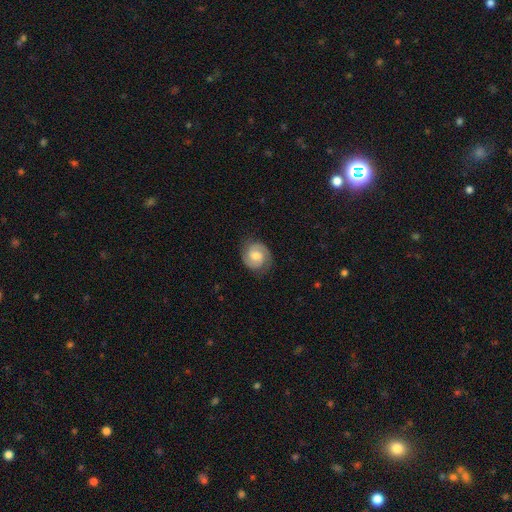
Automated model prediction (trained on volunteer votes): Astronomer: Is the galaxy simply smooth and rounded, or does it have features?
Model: featured or disk — 77%.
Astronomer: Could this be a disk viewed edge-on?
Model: no — 98%.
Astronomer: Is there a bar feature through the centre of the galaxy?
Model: weak — 47% (runner-up: no, 43%).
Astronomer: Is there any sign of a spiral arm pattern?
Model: yes — 96%.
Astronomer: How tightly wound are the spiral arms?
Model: tight — 47% (runner-up: medium, 43%).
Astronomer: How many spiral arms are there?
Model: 2 — 90%.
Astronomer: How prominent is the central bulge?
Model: moderate — 57%.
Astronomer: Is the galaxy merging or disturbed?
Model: none — 82%.